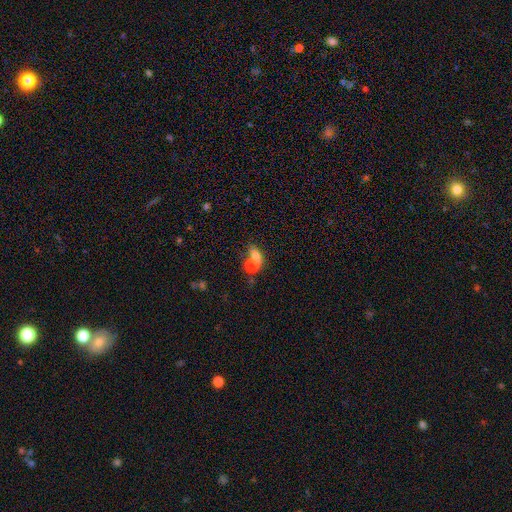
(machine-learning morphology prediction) type=smooth (74%); roundness=in between (59%); merging=merger (56%).